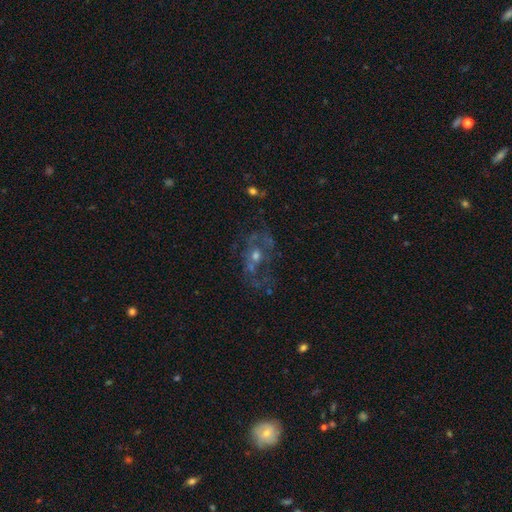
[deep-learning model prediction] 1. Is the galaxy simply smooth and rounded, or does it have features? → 66% featured or disk, 19% smooth, 15% star or artifact.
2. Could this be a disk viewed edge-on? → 96% no, 4% yes.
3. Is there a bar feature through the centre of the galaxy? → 76% no, 19% weak, 5% strong.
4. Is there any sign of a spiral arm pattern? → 55% no, 45% yes.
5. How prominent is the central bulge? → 56% moderate, 33% small, 5% large, 4% none, 2% dominant.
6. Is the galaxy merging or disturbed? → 45% none, 29% major disturbance, 17% minor disturbance, 9% merger.